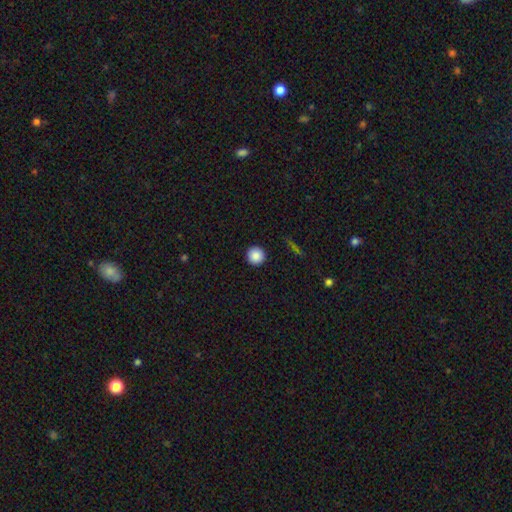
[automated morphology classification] Smooth or featured? smooth (88%)
How rounded? round (96%)
Merging? none (93%)